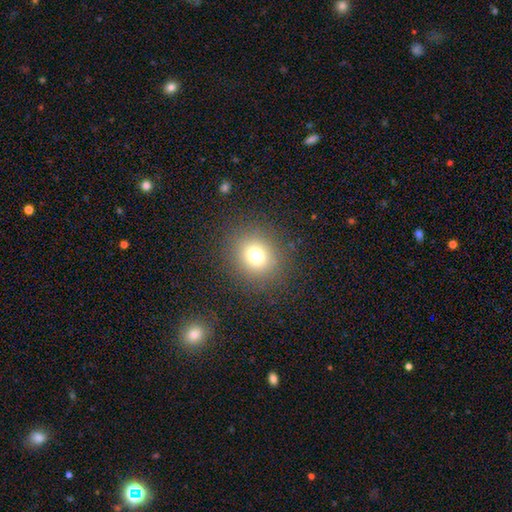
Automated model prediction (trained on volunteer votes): The model was most divided on "smooth or featured": smooth: 73%, star or artifact: 17%, featured or disk: 10%. More confident: merging — none (87%); how rounded — round (85%).